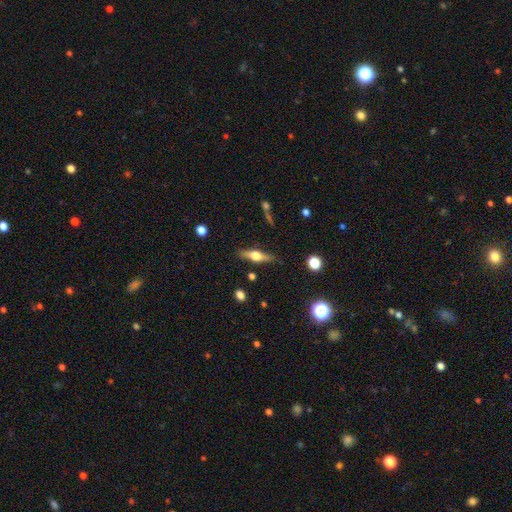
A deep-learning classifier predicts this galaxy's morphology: Smooth or featured? Predicted: featured or disk (p=0.61). Edge-on disk? Predicted: yes (p=0.95). Edge-on bulge? Predicted: rounded (p=0.94). Merging? Predicted: none (p=0.84).